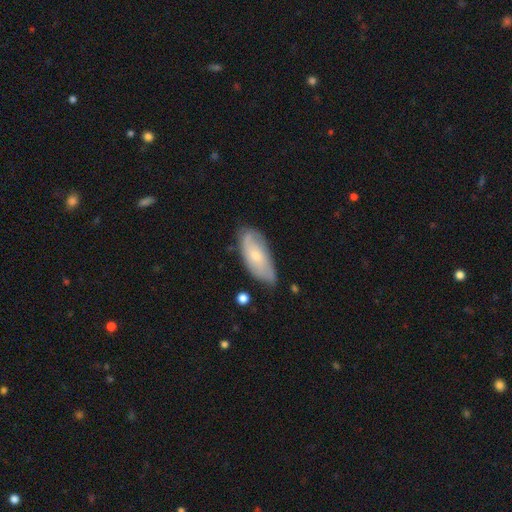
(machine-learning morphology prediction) Q: Smooth or featured?
A: smooth (53%); runner-up: featured or disk (40%)
Q: How rounded?
A: in between (84%); runner-up: cigar-shaped (14%)
Q: Merging?
A: none (66%); runner-up: minor disturbance (26%)